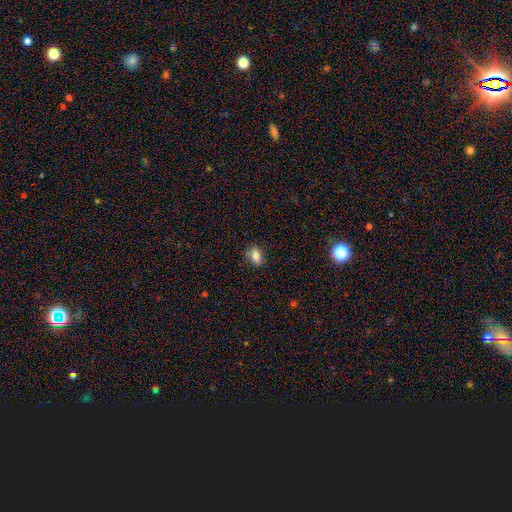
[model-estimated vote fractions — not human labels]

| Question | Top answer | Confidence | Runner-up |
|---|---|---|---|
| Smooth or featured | smooth | 80% | star or artifact (11%) |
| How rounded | in between | 79% | round (17%) |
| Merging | none | 82% | minor disturbance (14%) |